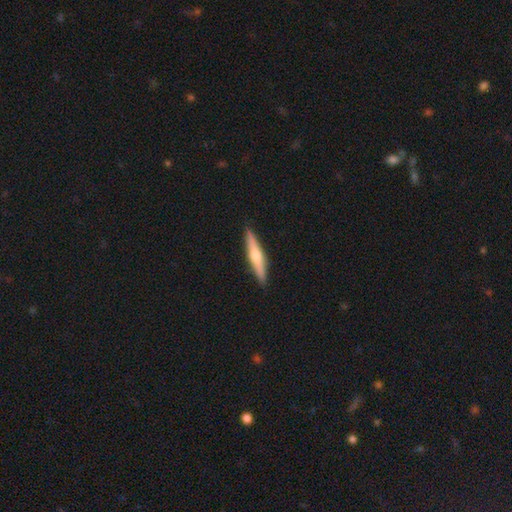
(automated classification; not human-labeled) Q: Smooth or featured?
A: featured or disk (52%); runner-up: smooth (43%)
Q: Edge-on disk?
A: yes (95%); runner-up: no (5%)
Q: Merging?
A: none (91%); runner-up: minor disturbance (7%)